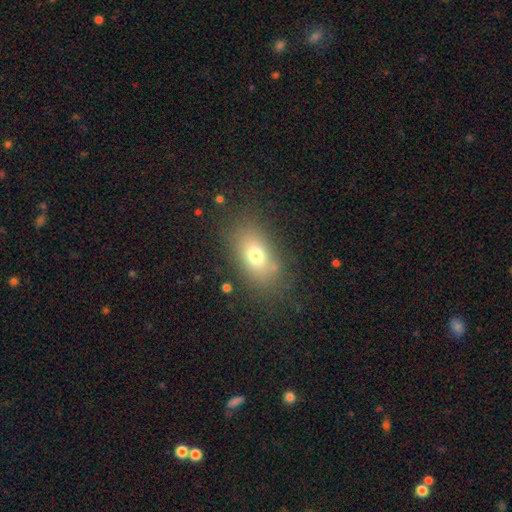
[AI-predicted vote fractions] This is likely a smooth galaxy (72%). How rounded: clearly in between (83%). Merging: likely none (78%).